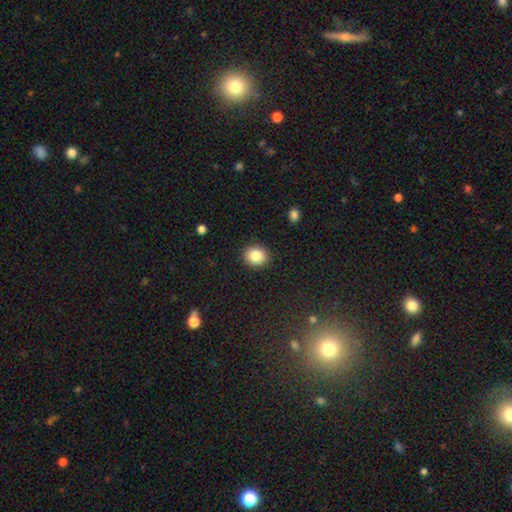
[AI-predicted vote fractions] The model was most divided on "how rounded": round: 75%, in between: 24%, cigar-shaped: 1%. More confident: merging — none (90%); smooth or featured — smooth (86%).